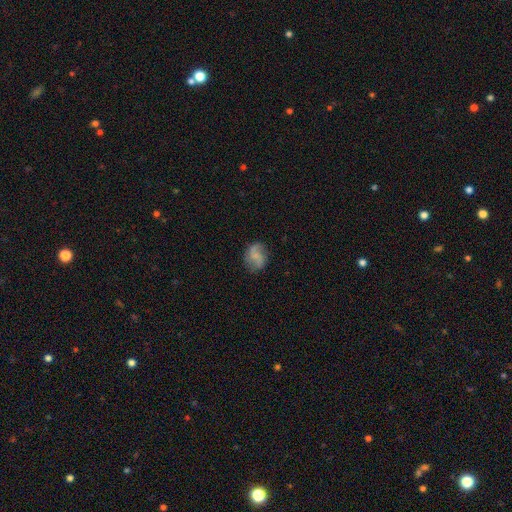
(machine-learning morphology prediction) smooth-or-featured: featured or disk: 47% | smooth: 43% | star or artifact: 9%
  merging: none: 71% | minor disturbance: 19% | major disturbance: 8% | merger: 2%